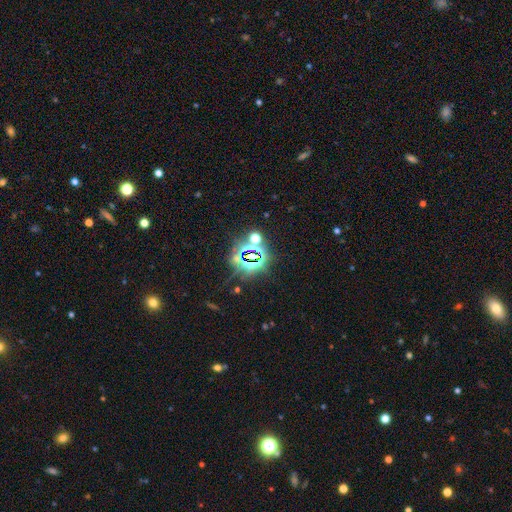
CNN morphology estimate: Overall: star or artifact (76%).